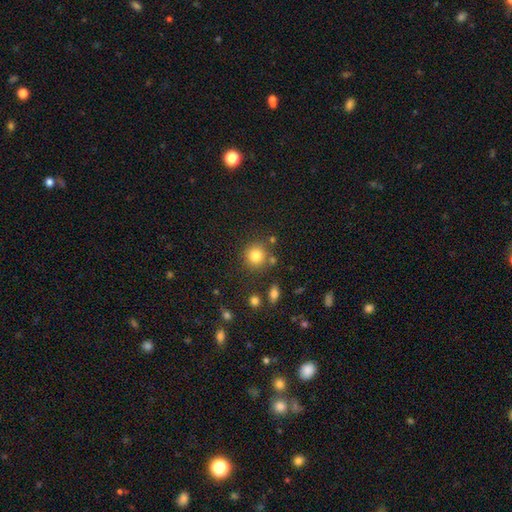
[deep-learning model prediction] Morphology: type=smooth (81%); roundness=round (90%); merging=none (79%).